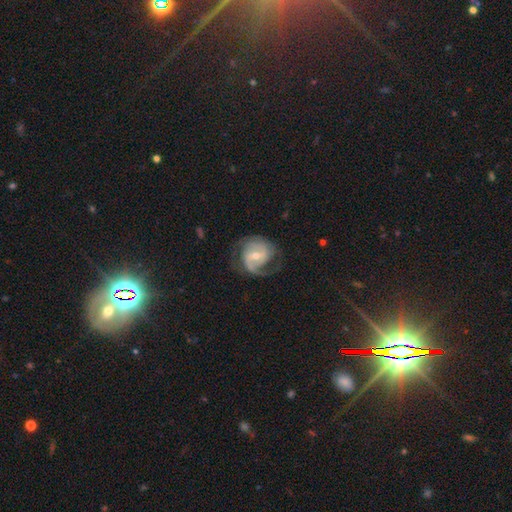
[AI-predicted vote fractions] Overall: featured or disk (86%). Edge-on disk: no (98%). Bar: weak (49%; no 35%). Spiral arms: yes (96%). Spiral arm count: 2 (66%). Spiral winding: medium (46%; tight 35%). Bulge size: moderate (54%; small 41%). Merging: none (65%).